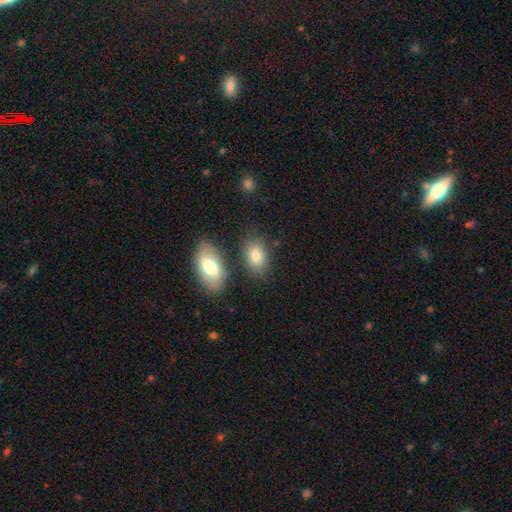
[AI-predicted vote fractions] The model was most divided on "merging": none: 72%, minor disturbance: 13%, merger: 11%, major disturbance: 4%. More confident: how rounded — in between (86%); smooth or featured — smooth (82%).